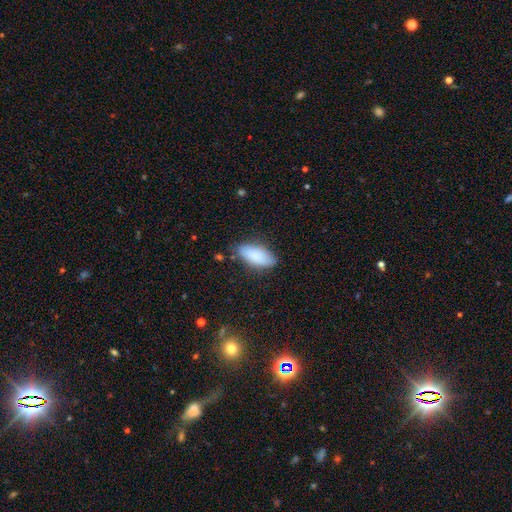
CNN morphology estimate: A smooth galaxy with no disk features (88%) that is in between round and cigar-shaped (87%).

Vote fractions:
- Smooth or featured? smooth: 88% / featured or disk: 6% / star or artifact: 6%
- How rounded? in between: 87% / cigar-shaped: 11% / round: 2%
- Merging? none: 79% / minor disturbance: 16% / major disturbance: 3% / merger: 2%